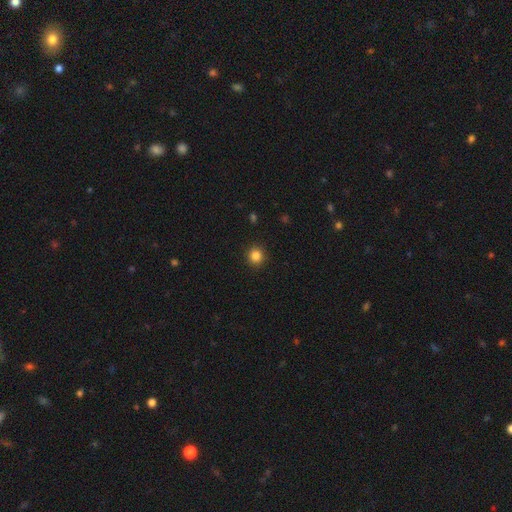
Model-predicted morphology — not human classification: Smooth or featured? Predicted: smooth (p=0.85). How rounded? Predicted: round (p=0.91). Merging? Predicted: none (p=0.91).